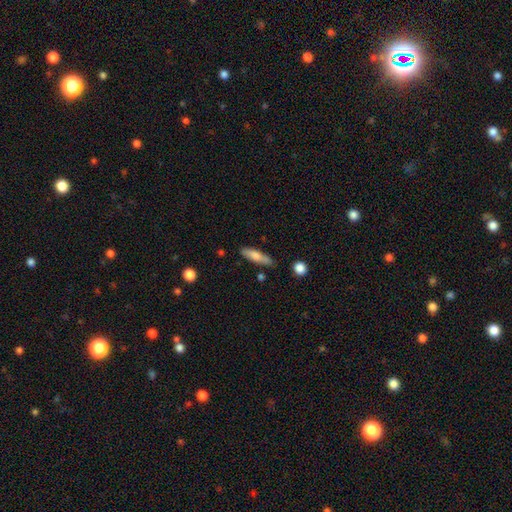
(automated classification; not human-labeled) The model was most divided on "how rounded": cigar-shaped: 69%, in between: 29%, round: 2%. More confident: merging — none (79%); smooth or featured — smooth (72%).